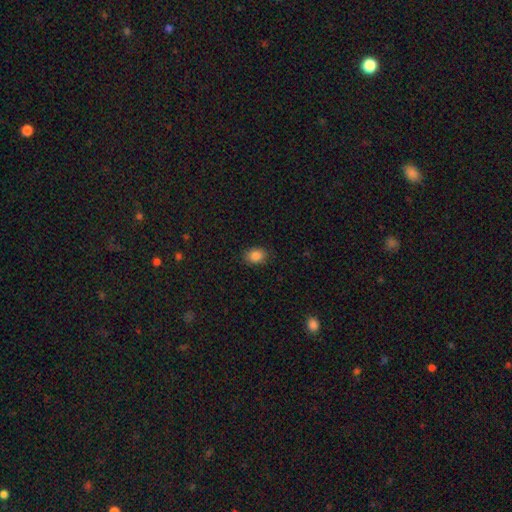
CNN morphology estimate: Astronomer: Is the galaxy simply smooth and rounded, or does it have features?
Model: smooth — 86%.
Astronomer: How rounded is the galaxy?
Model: in between — 67%.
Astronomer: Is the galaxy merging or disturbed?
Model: none — 87%.